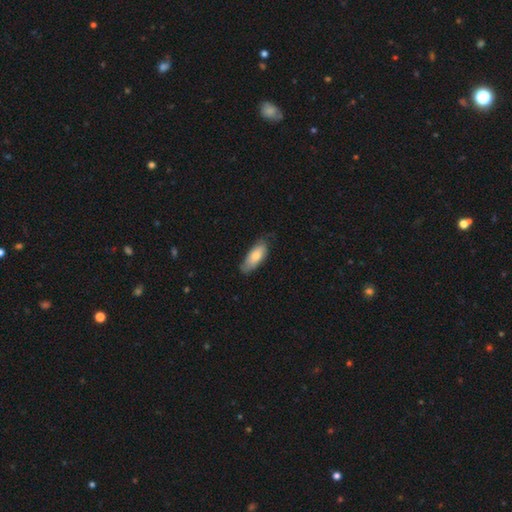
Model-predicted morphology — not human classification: smooth 77%, featured or disk 17%, star or artifact 6%. Down the decision tree: how rounded — in between (77%); merging — none (68%).